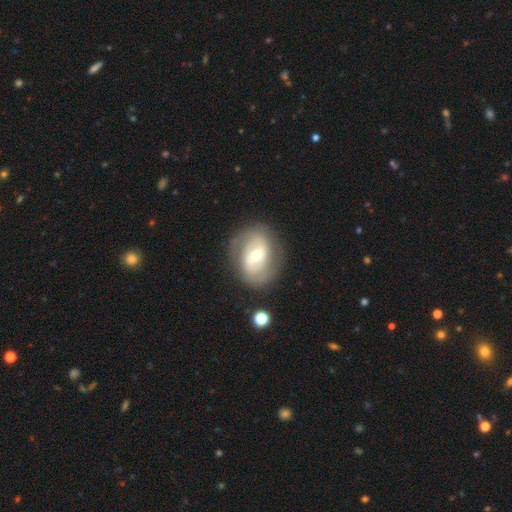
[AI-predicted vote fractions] smooth-or-featured: featured or disk: 71% | smooth: 23% | star or artifact: 6%
  disk-edge-on: no: 96% | yes: 4%
    bar: weak: 45% | no: 28% | strong: 27%
    has-spiral-arms: yes: 75% | no: 25%
      spiral-winding: tight: 42% | medium: 40% | loose: 18%
      spiral-arm-count: 2: 75% | can't tell: 17% | 1: 3% | 3: 3% | 4: 1% | more than 4: 1%
    bulge-size: moderate: 60% | small: 33% | large: 5% | dominant: 1% | none: 1%
  merging: none: 77% | minor disturbance: 14% | major disturbance: 7% | merger: 2%